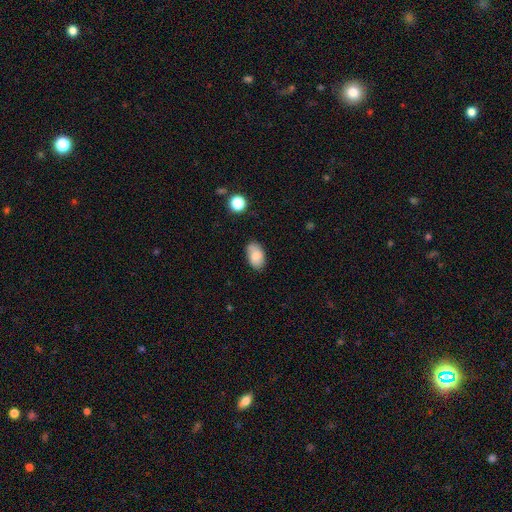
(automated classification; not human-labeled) Smooth or featured? Predicted: smooth (p=0.77). How rounded? Predicted: in between (p=0.92). Merging? Predicted: none (p=0.75).